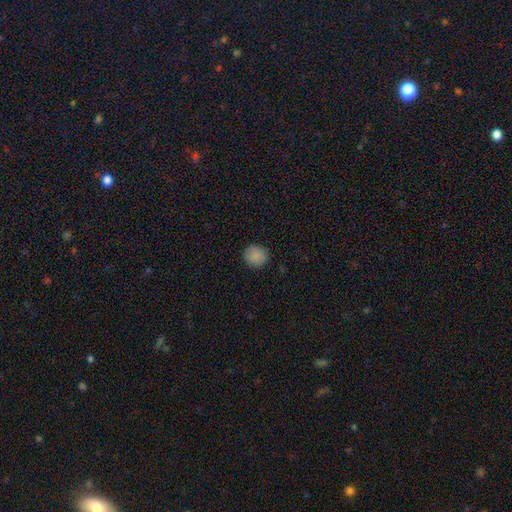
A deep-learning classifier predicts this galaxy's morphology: smooth 87%, star or artifact 9%, featured or disk 4%. Down the decision tree: how rounded — round (88%); merging — none (89%).